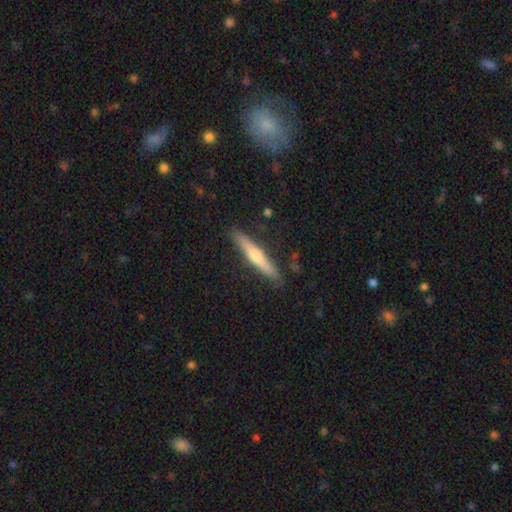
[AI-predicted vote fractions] smooth-or-featured: featured or disk: 49% | smooth: 45% | star or artifact: 5%
  merging: none: 88% | minor disturbance: 9% | major disturbance: 2% | merger: 1%